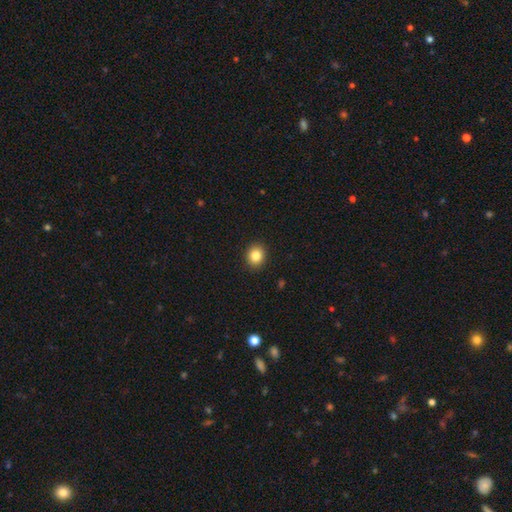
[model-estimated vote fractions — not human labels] A smooth galaxy with no disk features (84%) that is round (78%).

Vote fractions:
- Smooth or featured? smooth: 84% / star or artifact: 10% / featured or disk: 6%
- How rounded? round: 78% / in between: 21% / cigar-shaped: 1%
- Merging? none: 92% / minor disturbance: 6% / major disturbance: 2% / merger: 1%